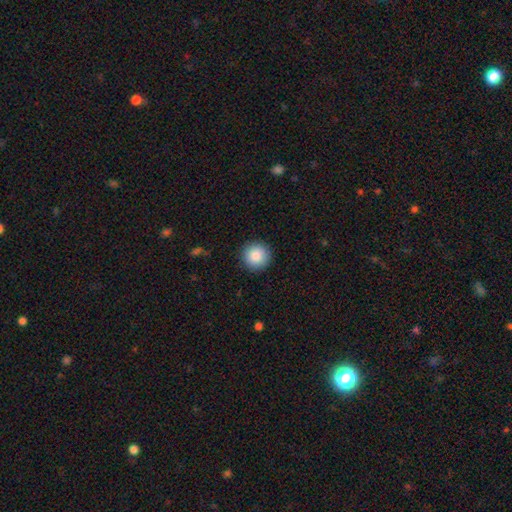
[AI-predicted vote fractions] This appears to be a smooth galaxy with no disk features (87%) that is round (96%). Merging: none (92%).